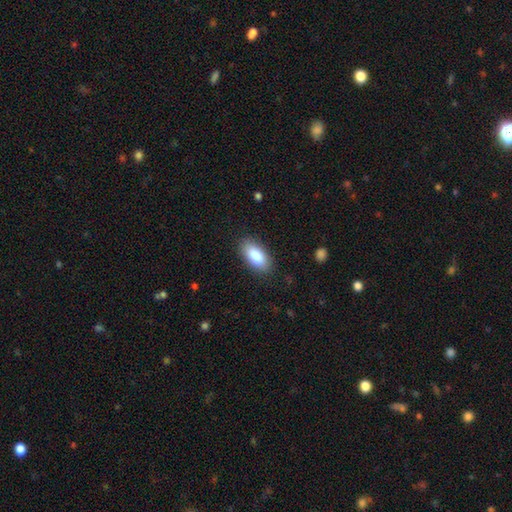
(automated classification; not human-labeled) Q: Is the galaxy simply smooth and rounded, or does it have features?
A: smooth — 86%.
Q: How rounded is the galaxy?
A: in between — 91%.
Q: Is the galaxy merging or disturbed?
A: none — 87%.